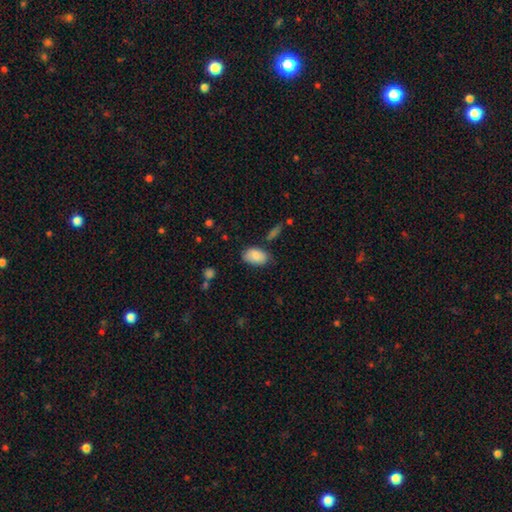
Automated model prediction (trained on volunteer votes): A smooth galaxy with no disk features (86%) that is in between round and cigar-shaped (91%).

Vote fractions:
- Smooth or featured? smooth: 86% / featured or disk: 7% / star or artifact: 7%
- How rounded? in between: 91% / round: 8% / cigar-shaped: 1%
- Merging? none: 66% / minor disturbance: 25% / major disturbance: 5% / merger: 4%